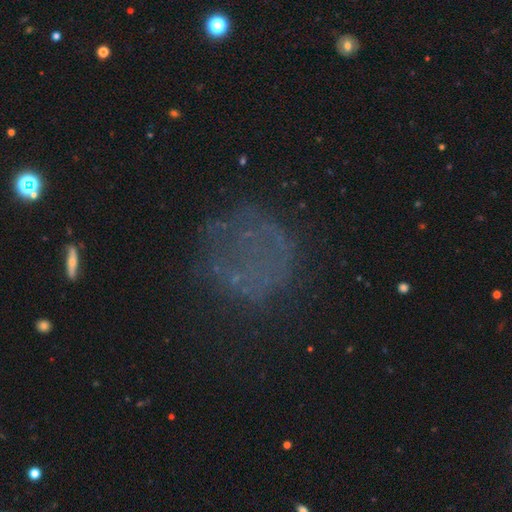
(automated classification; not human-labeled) A smooth galaxy with no disk features (38%).

Vote fractions:
- Smooth or featured? smooth: 38% / star or artifact: 33% / featured or disk: 29%
- Merging? none: 63% / major disturbance: 17% / minor disturbance: 17% / merger: 3%